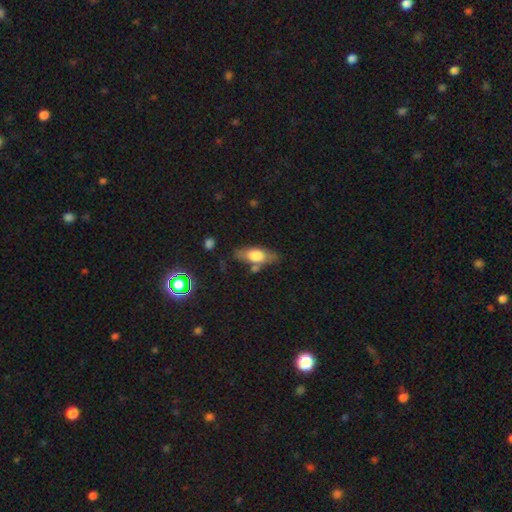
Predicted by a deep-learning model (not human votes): Smooth or featured: smooth — 66% (featured or disk — 27%)
How rounded: in between — 77% (cigar-shaped — 19%)
Merging: none — 66% (minor disturbance — 20%)